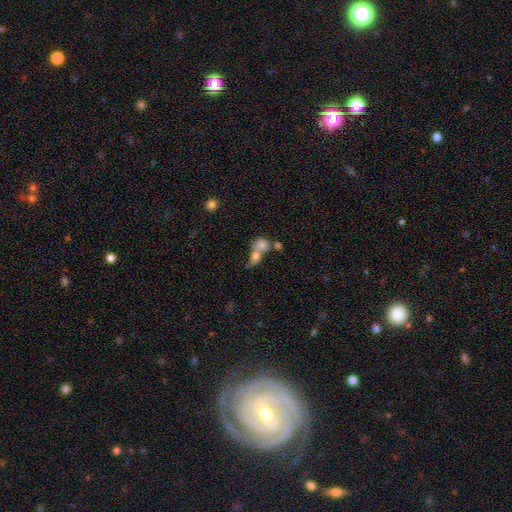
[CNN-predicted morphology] Smooth or featured? smooth (71%)
How rounded? round (53%)
Merging? merger (68%)